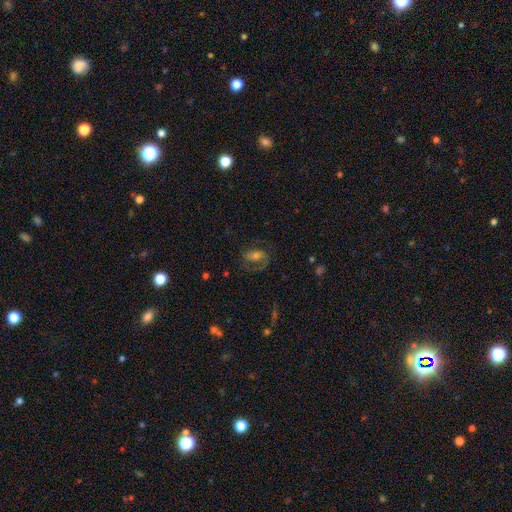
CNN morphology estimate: This is likely a featured or disk galaxy (66%). It is clearly not viewed edge-on (96%). Bar: marginally no (41%). Spiral arm pattern: clearly yes (87%). Spiral arm count: likely 2 (65%). Spiral winding: possibly medium (49%). Central bulge: possibly moderate (50%). Merging: likely none (62%).